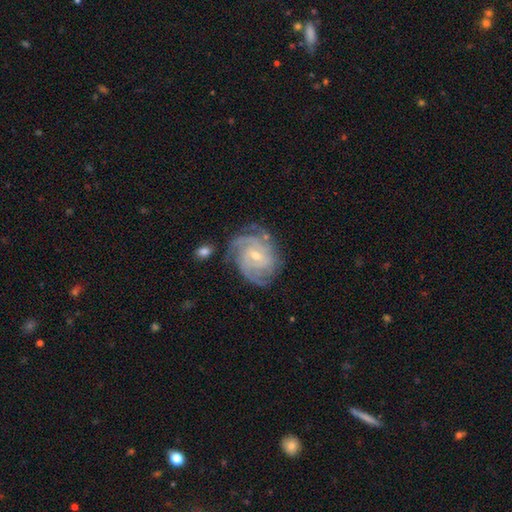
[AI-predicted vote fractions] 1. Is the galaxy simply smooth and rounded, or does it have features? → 88% featured or disk, 6% star or artifact, 6% smooth.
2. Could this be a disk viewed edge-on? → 97% no, 3% yes.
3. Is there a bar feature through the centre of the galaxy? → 49% no, 40% weak, 11% strong.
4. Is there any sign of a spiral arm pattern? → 98% yes, 2% no.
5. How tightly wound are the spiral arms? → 68% tight, 27% medium, 5% loose.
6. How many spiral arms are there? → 28% 3, 27% 4, 19% can't tell, 12% 2, 7% more than 4, 6% 1.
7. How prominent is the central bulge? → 62% small, 35% moderate, 1% none, 1% large, 1% dominant.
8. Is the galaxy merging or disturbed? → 71% none, 18% minor disturbance, 7% major disturbance, 4% merger.